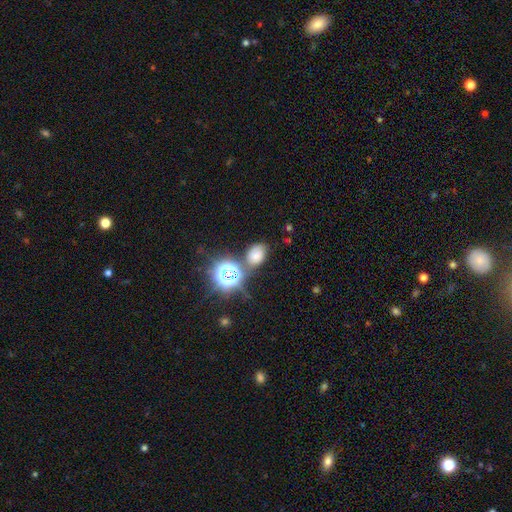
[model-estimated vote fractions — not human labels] Smooth or featured: smooth — 60% (star or artifact — 27%)
How rounded: in between — 63% (round — 36%)
Merging: none — 62% (minor disturbance — 18%)